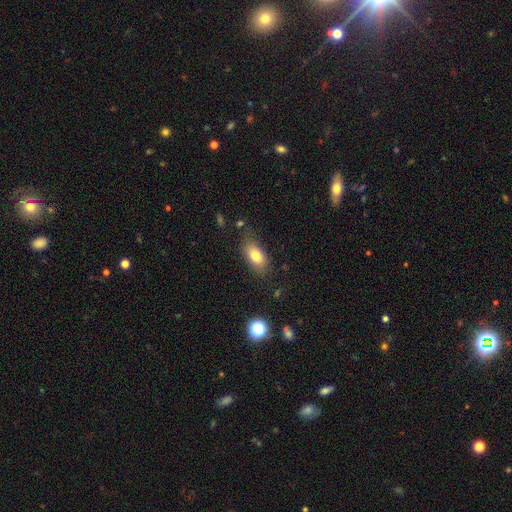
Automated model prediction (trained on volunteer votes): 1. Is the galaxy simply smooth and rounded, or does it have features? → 78% smooth, 13% featured or disk, 9% star or artifact.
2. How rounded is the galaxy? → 87% in between, 8% round, 5% cigar-shaped.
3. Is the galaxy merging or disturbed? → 75% none, 18% minor disturbance, 5% major disturbance, 2% merger.